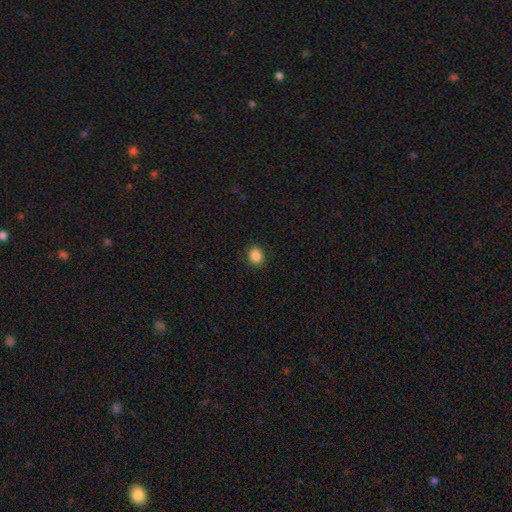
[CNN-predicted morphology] Smooth or featured? Predicted: smooth (p=0.87). How rounded? Predicted: round (p=0.63). Merging? Predicted: none (p=0.90).